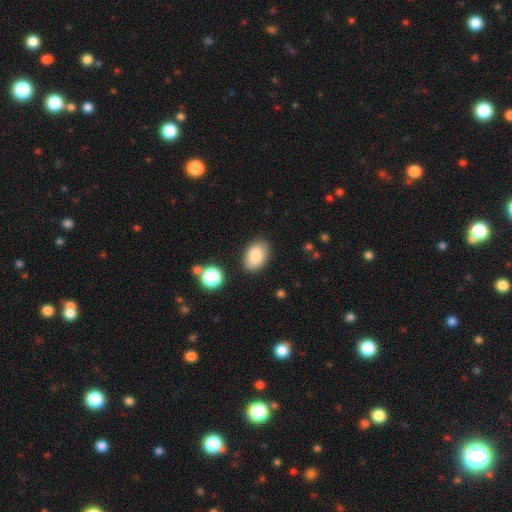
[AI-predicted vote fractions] Overall: smooth (86%). How rounded: in between (89%). Merging: none (84%).